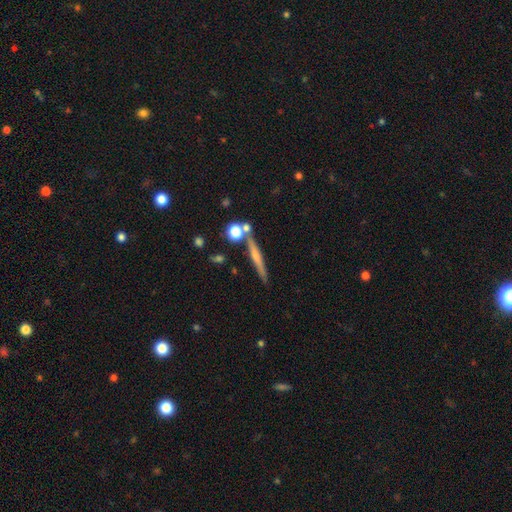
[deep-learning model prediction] Smooth or featured? Predicted: featured or disk (p=0.50). Edge-on disk? Predicted: yes (p=0.94). Merging? Predicted: none (p=0.77).